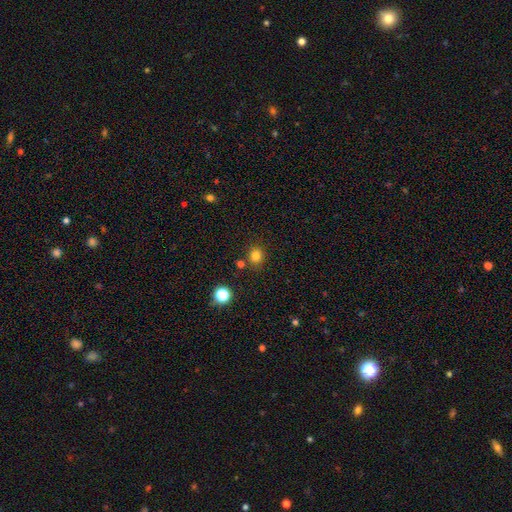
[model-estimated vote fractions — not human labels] The model was most divided on "how rounded": round: 80%, in between: 19%, cigar-shaped: 1%. More confident: merging — none (82%); smooth or featured — smooth (80%).